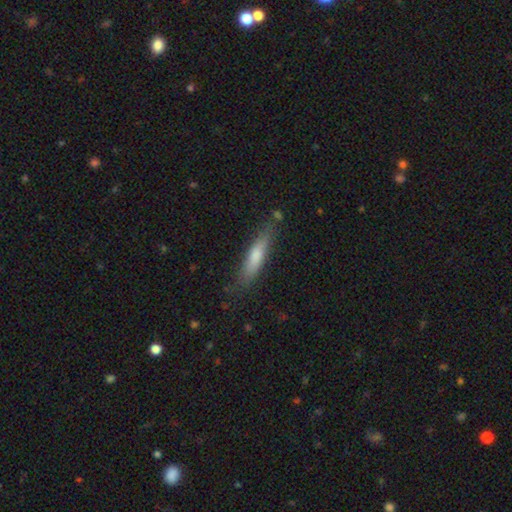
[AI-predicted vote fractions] This appears to be a smooth galaxy with no disk features (65%) that is cigar-shaped (83%). Merging: none (77%).